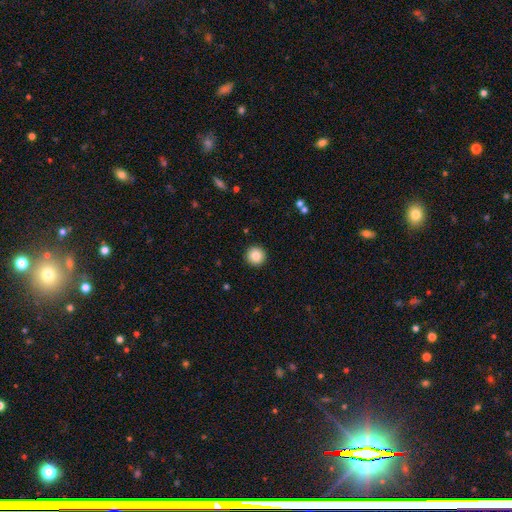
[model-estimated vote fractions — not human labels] This appears to be a smooth galaxy with no disk features (86%) that is round (96%). Merging: none (93%).